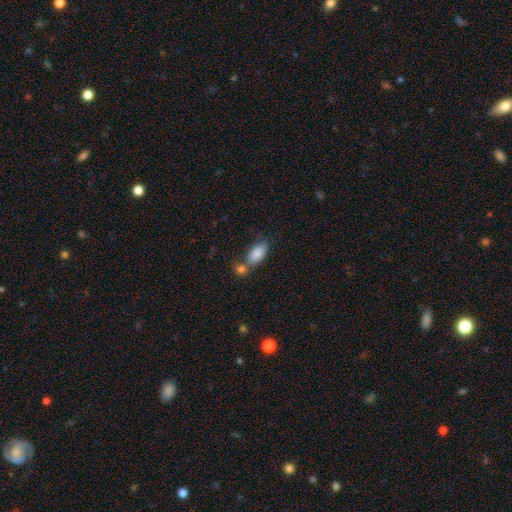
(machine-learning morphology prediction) smooth_or_featured: smooth (p=0.84) [alt: star or artifact p=0.09]
how_rounded: in between (p=0.89) [alt: cigar-shaped p=0.05]
merging: none (p=0.53) [alt: merger p=0.29]